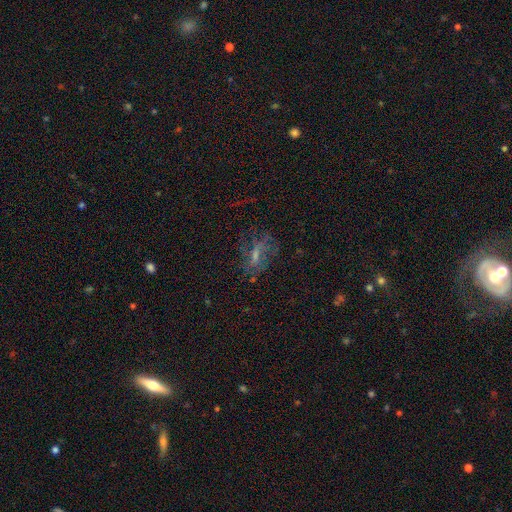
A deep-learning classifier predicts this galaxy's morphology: Smooth or featured: featured or disk — 42% (smooth — 30%)
Merging: none — 58% (major disturbance — 21%)